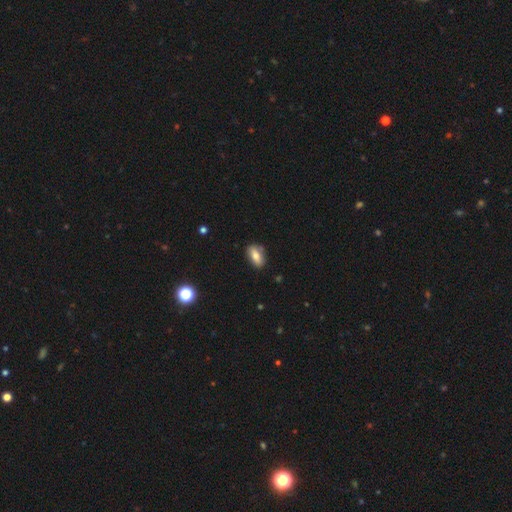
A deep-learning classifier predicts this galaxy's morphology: smooth_or_featured: smooth (p=0.72) [alt: featured or disk p=0.20]
how_rounded: in between (p=0.86) [alt: cigar-shaped p=0.09]
merging: none (p=0.79) [alt: minor disturbance p=0.16]